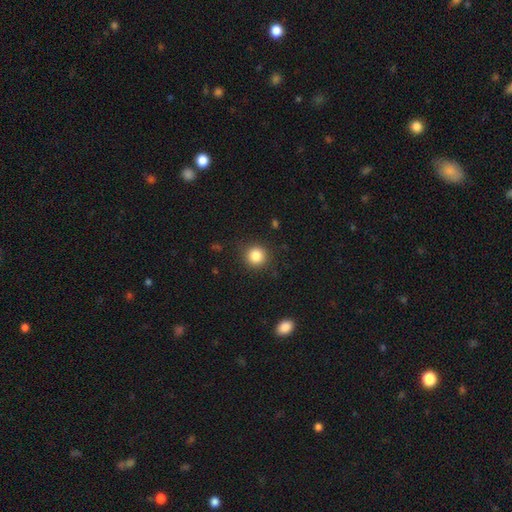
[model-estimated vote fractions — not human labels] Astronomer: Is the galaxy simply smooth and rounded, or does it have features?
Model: smooth — 84%.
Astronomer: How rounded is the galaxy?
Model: round — 93%.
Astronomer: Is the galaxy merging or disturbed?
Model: none — 89%.